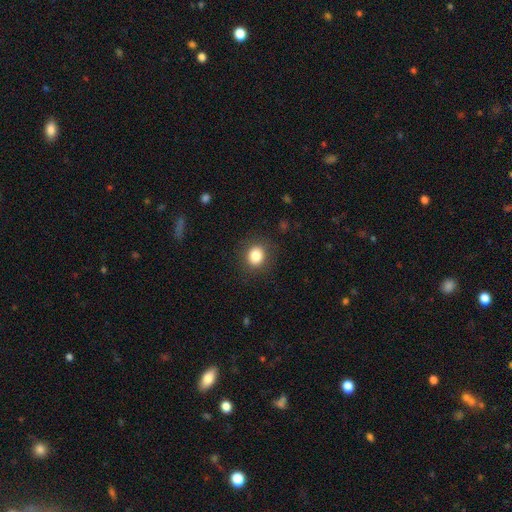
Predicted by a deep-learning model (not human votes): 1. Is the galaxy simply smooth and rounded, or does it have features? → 84% smooth, 10% star or artifact, 6% featured or disk.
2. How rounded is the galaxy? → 73% round, 26% in between, 1% cigar-shaped.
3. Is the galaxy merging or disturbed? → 87% none, 9% minor disturbance, 3% major disturbance, 1% merger.